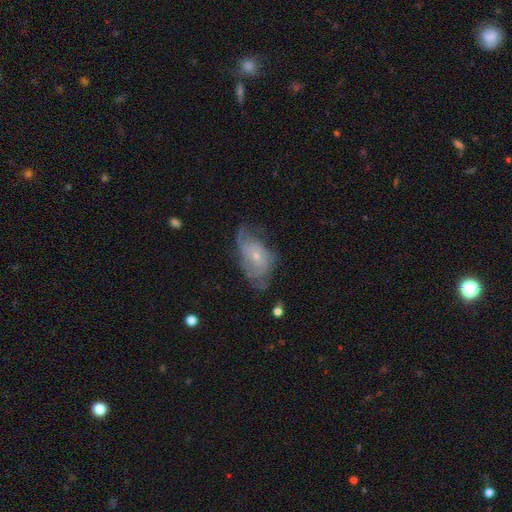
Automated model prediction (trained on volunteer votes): A featured or disk galaxy (63%) with no bar (78%), spiral arms (70%) and a small central bulge (71%).

Vote fractions:
- Smooth or featured? featured or disk: 63% / smooth: 29% / star or artifact: 8%
- Edge-on disk? no: 94% / yes: 6%
- Bar? no: 78% / weak: 19% / strong: 3%
- Spiral arms? yes: 70% / no: 30%
- Bulge size? small: 71% / moderate: 25% / none: 2% / large: 1% / dominant: 1%
- Merging? none: 45% / minor disturbance: 30% / major disturbance: 24% / merger: 2%